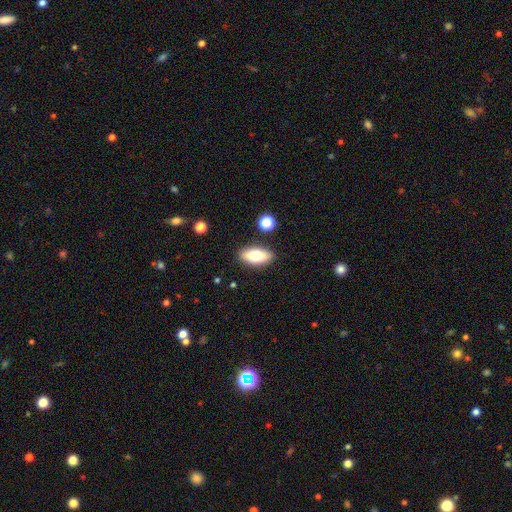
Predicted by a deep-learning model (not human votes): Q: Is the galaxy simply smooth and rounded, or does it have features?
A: smooth — 72%.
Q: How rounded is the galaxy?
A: in between — 85%.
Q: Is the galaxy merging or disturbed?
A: none — 86%.